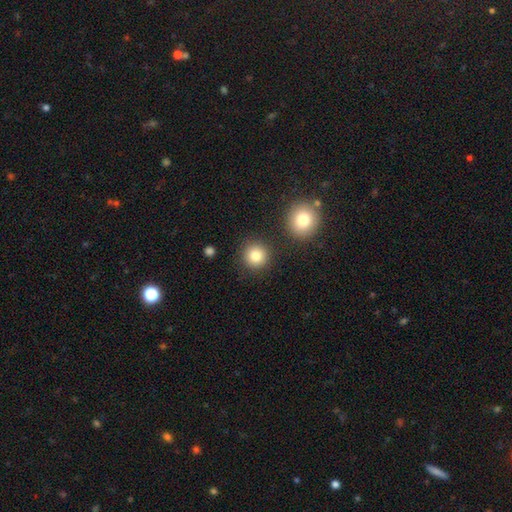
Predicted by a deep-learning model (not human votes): Q: Smooth or featured?
A: smooth (84%); runner-up: star or artifact (10%)
Q: How rounded?
A: round (93%); runner-up: in between (6%)
Q: Merging?
A: none (86%); runner-up: minor disturbance (6%)